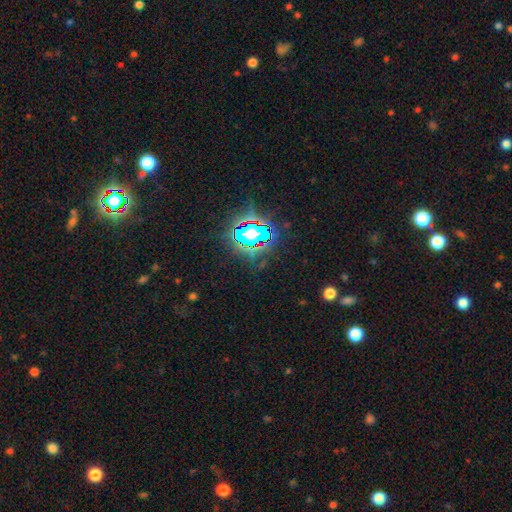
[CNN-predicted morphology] Overall: star or artifact (81%).